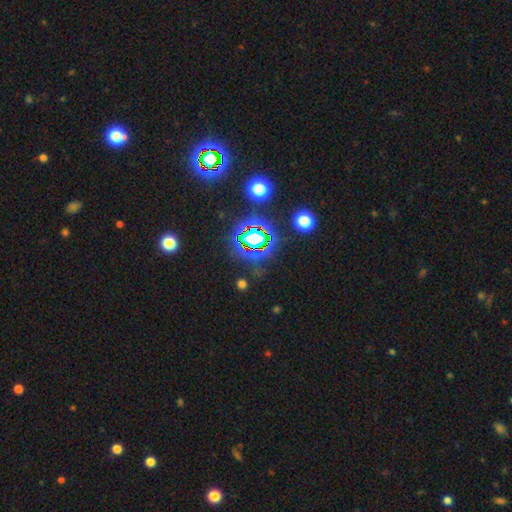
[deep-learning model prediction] Q: Smooth or featured?
A: star or artifact (75%); runner-up: smooth (16%)